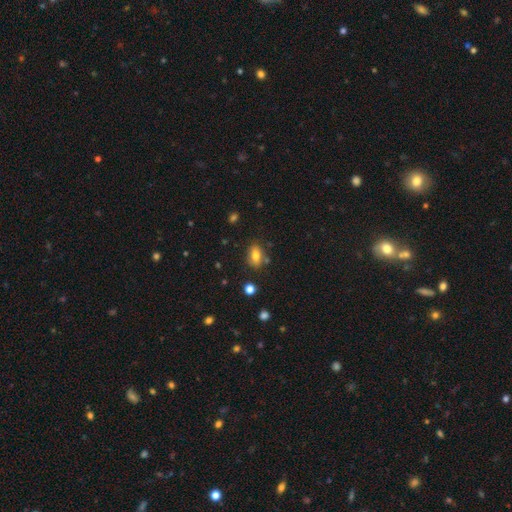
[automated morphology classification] type=smooth (75%); roundness=in between (81%); merging=none (76%).